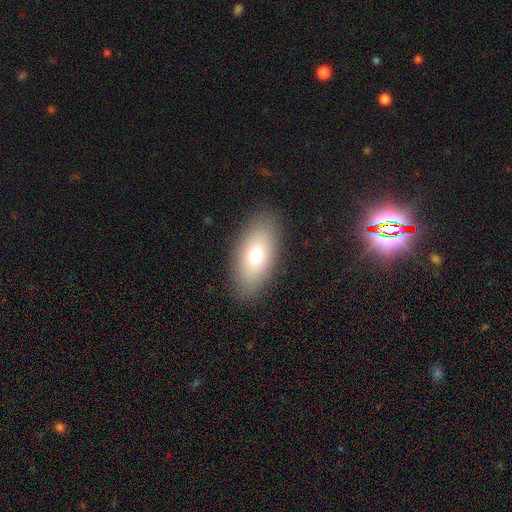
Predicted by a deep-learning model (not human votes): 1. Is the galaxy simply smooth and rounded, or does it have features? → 73% smooth, 19% featured or disk, 9% star or artifact.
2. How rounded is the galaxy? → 91% in between, 5% cigar-shaped, 4% round.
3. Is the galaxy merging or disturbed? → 87% none, 9% minor disturbance, 3% major disturbance, 1% merger.